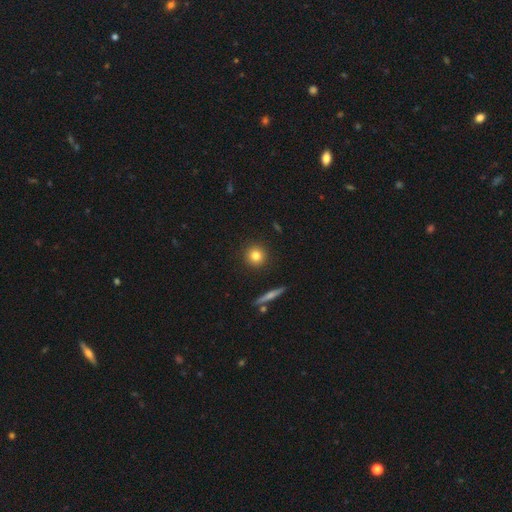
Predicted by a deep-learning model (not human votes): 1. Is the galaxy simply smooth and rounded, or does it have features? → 81% smooth, 10% star or artifact, 9% featured or disk.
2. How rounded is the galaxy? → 93% round, 6% in between, 1% cigar-shaped.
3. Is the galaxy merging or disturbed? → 91% none, 5% minor disturbance, 2% major disturbance, 2% merger.